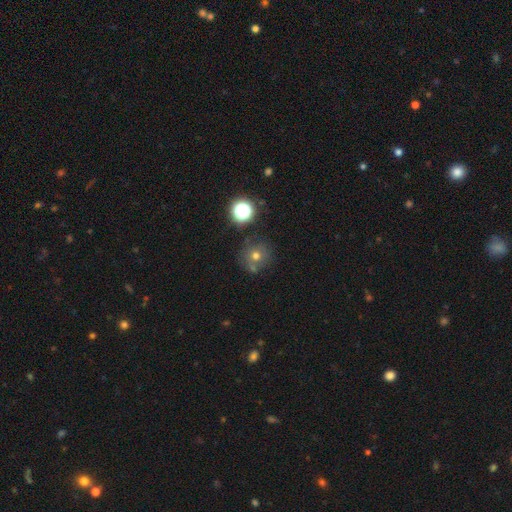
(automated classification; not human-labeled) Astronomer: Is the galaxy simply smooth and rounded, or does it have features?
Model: smooth — 63%.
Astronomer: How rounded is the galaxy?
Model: round — 91%.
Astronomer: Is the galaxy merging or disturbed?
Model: none — 69%.